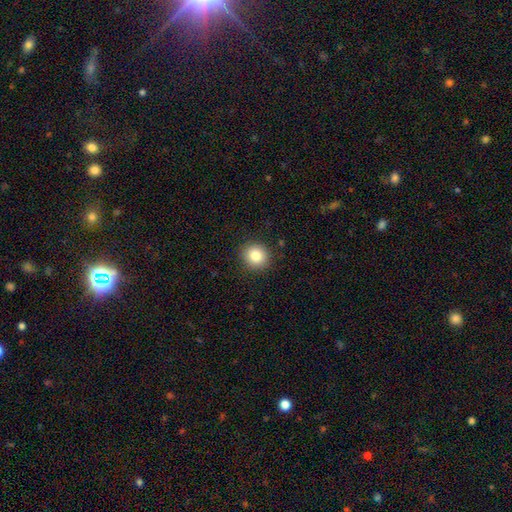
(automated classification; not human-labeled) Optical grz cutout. It shows a smooth galaxy with no disk features (83%) that is round (85%). Merging: none (90%).